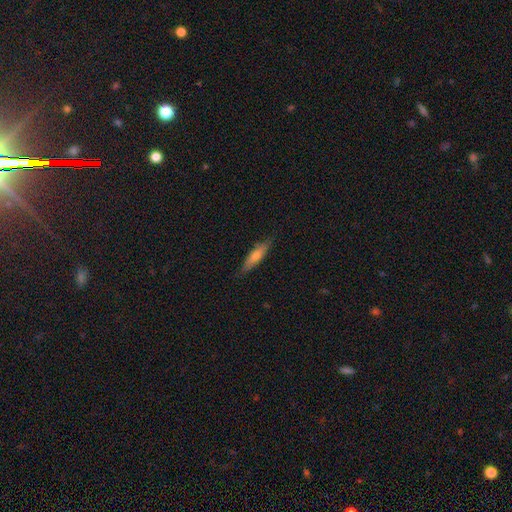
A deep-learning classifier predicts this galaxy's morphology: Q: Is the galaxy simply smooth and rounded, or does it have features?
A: smooth — 51%.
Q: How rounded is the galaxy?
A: cigar-shaped — 82%.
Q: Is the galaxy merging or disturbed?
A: none — 86%.